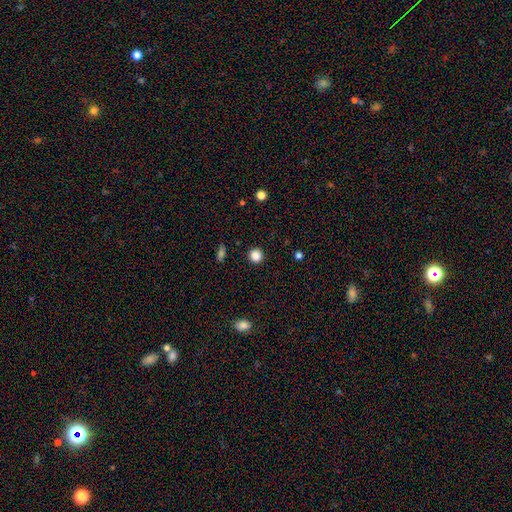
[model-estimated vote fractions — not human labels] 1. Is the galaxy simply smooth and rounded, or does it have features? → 86% smooth, 11% star or artifact, 3% featured or disk.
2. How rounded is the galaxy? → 93% round, 6% in between, 1% cigar-shaped.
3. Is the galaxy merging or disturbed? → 92% none, 5% minor disturbance, 2% major disturbance, 1% merger.